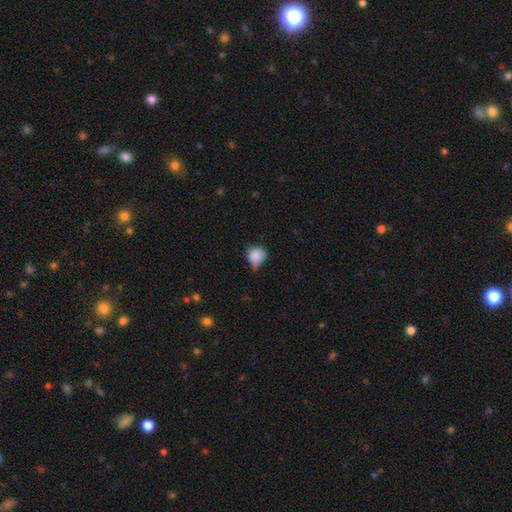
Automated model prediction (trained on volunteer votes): This appears to be a smooth galaxy with no disk features (84%) that is round (80%). Merging: minor disturbance (43%).